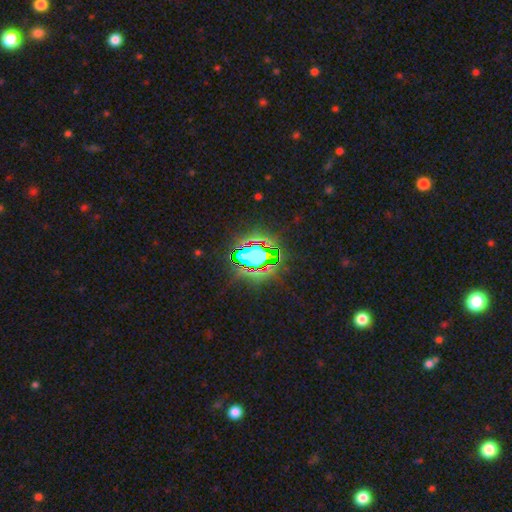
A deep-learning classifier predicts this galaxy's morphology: A star or artifact, not a galaxy (72%).